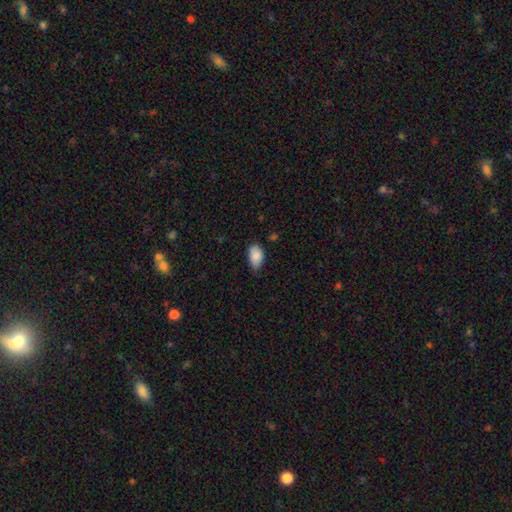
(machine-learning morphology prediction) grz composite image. It shows a smooth galaxy with no disk features (86%) that is in between round and cigar-shaped (93%). Merging: none (67%).